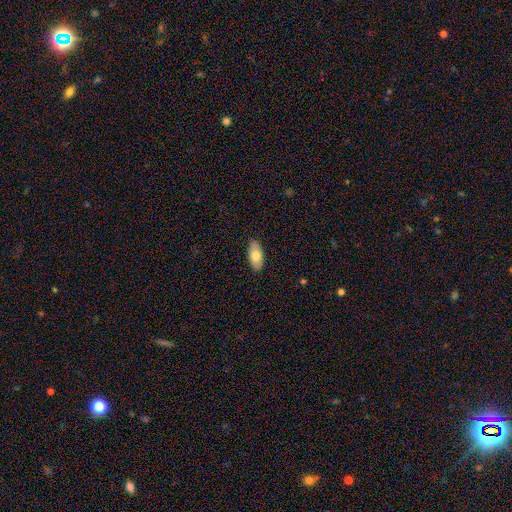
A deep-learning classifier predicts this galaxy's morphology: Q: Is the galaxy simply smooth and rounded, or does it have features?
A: smooth — 72%.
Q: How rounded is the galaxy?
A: in between — 91%.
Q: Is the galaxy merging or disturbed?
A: none — 87%.